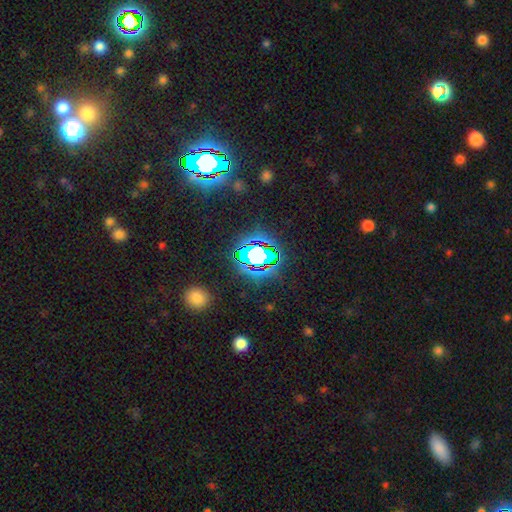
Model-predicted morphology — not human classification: A star or artifact, not a galaxy (73%).

Vote fractions:
- Smooth or featured? star or artifact: 73% / smooth: 16% / featured or disk: 11%